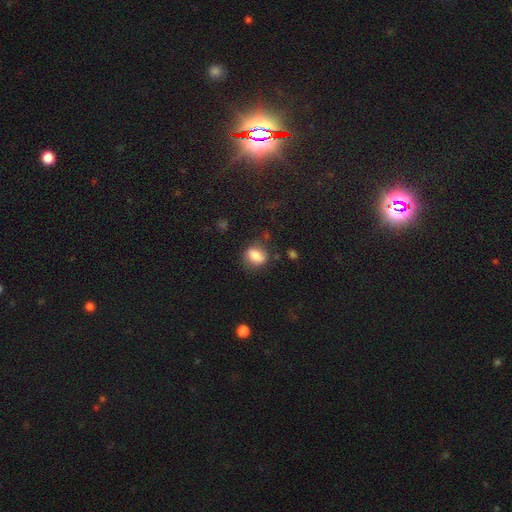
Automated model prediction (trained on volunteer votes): Morphology: type=smooth (80%); roundness=in between (64%); merging=none (71%).